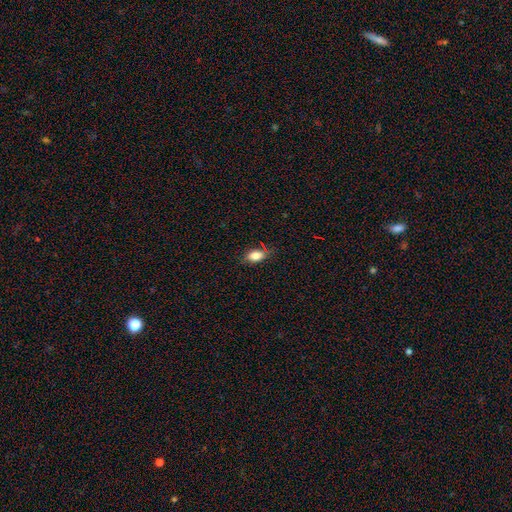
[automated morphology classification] smooth 82%, star or artifact 10%, featured or disk 8%. Down the decision tree: how rounded — in between (87%); merging — none (74%).